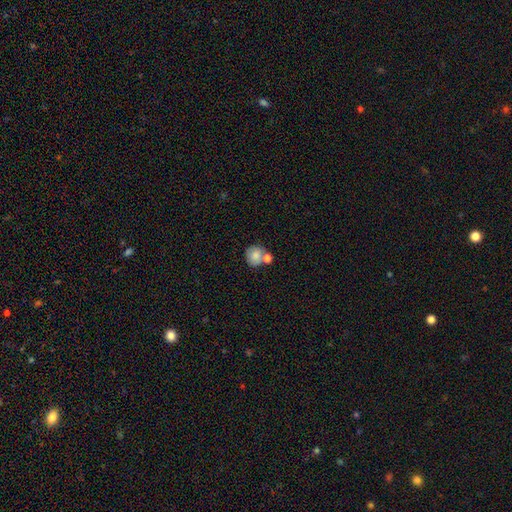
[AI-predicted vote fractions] A smooth galaxy with no disk features (78%) that is round (85%).

Vote fractions:
- Smooth or featured? smooth: 78% / featured or disk: 14% / star or artifact: 8%
- How rounded? round: 85% / in between: 14% / cigar-shaped: 1%
- Merging? none: 49% / merger: 34% / minor disturbance: 13% / major disturbance: 5%